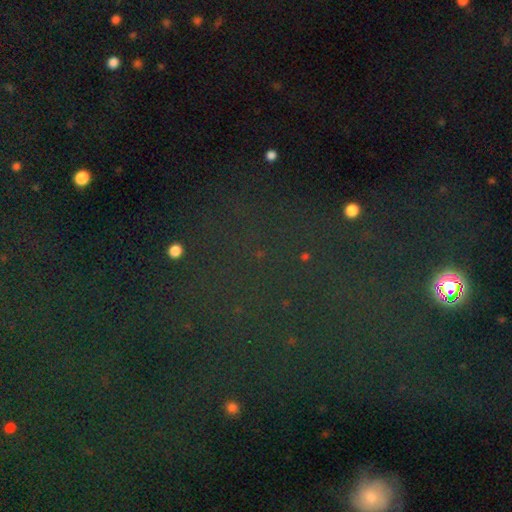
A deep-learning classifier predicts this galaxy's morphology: Smooth or featured?
  - star or artifact: 74% *
  - smooth: 16%
  - featured or disk: 10%